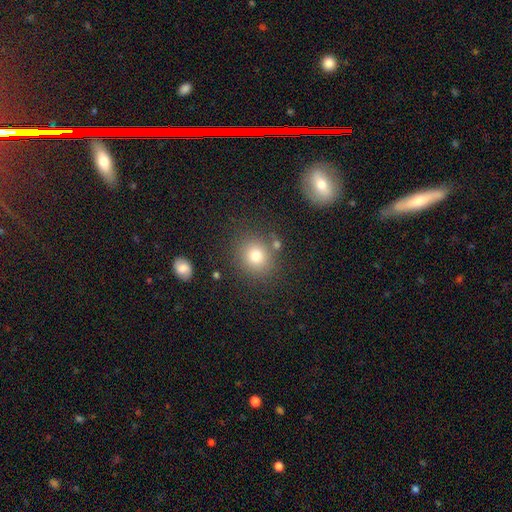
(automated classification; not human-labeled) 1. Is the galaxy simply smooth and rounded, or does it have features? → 77% smooth, 14% star or artifact, 9% featured or disk.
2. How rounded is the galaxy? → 80% round, 19% in between, 1% cigar-shaped.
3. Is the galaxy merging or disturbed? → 80% none, 10% minor disturbance, 6% merger, 4% major disturbance.